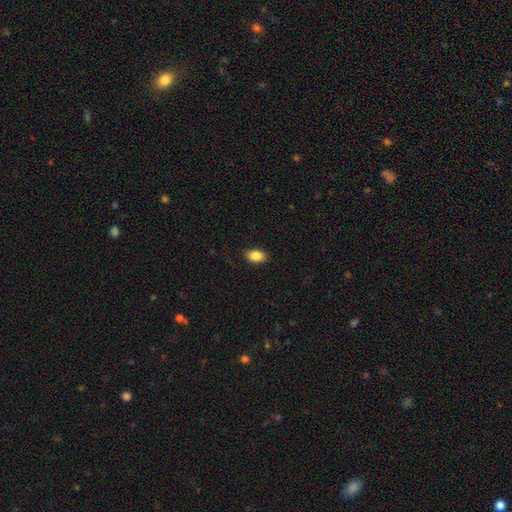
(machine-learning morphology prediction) smooth-or-featured: smooth: 87% | star or artifact: 7% | featured or disk: 5%
  how-rounded: in between: 90% | round: 8% | cigar-shaped: 2%
  merging: none: 88% | minor disturbance: 9% | major disturbance: 2% | merger: 1%